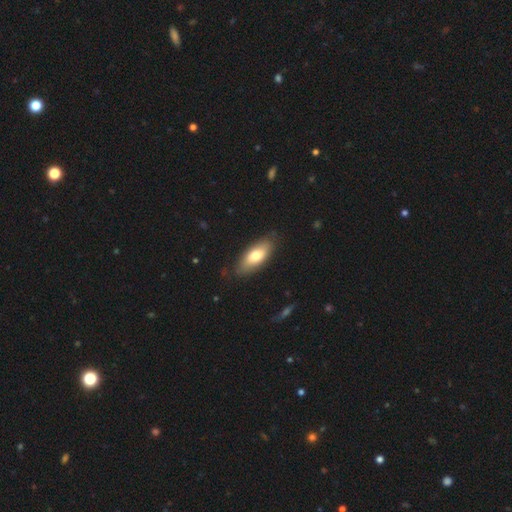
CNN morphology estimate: Overall: smooth (70%). How rounded: in between (82%). Merging: none (83%).